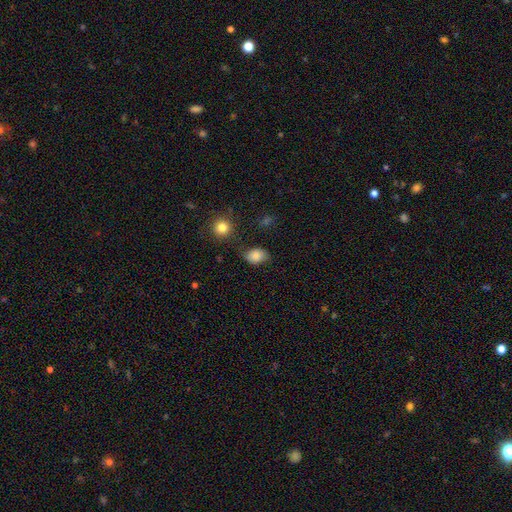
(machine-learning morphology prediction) smooth 84%, star or artifact 9%, featured or disk 7%. Down the decision tree: how rounded — in between (74%); merging — none (70%).